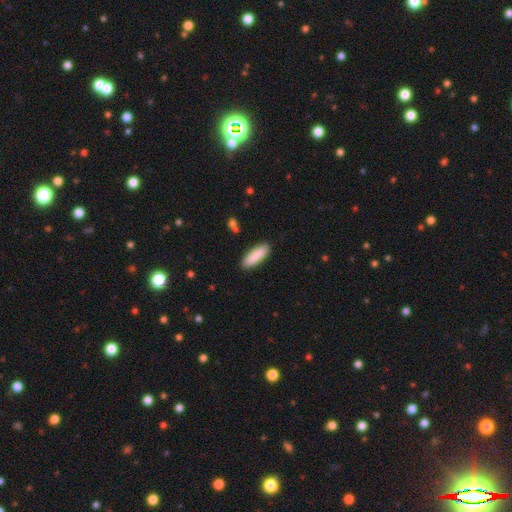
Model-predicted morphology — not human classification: Q: Smooth or featured?
A: smooth (88%); runner-up: featured or disk (7%)
Q: How rounded?
A: in between (50%); runner-up: cigar-shaped (49%)
Q: Merging?
A: none (89%); runner-up: minor disturbance (8%)